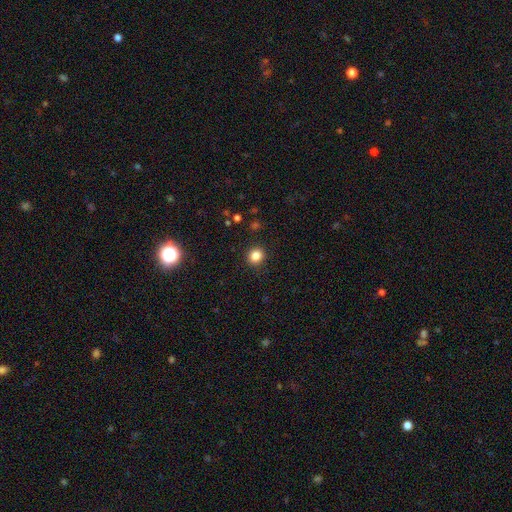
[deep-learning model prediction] Overall: smooth (84%). How rounded: round (86%). Merging: none (91%).